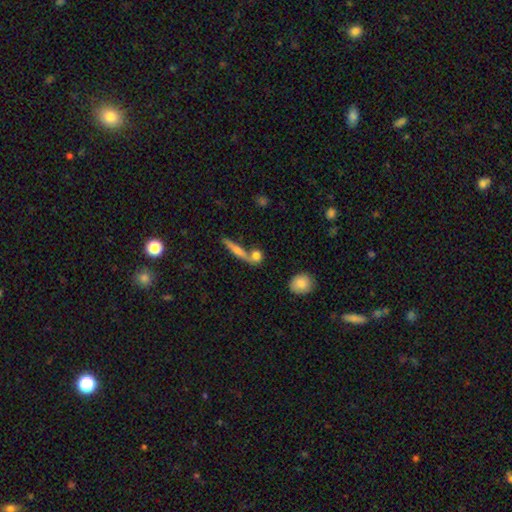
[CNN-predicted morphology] Smooth or featured? smooth (69%)
How rounded? round (53%)
Merging? none (52%)